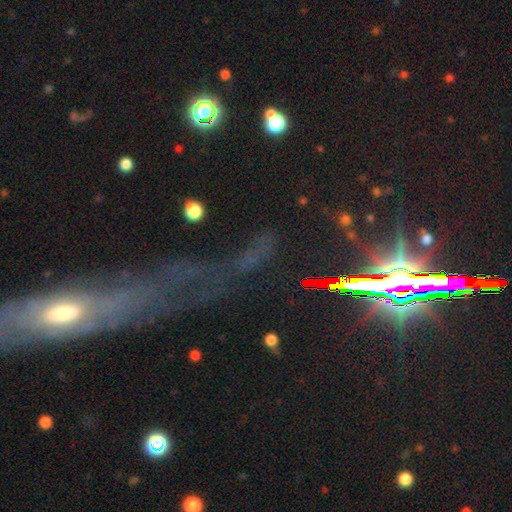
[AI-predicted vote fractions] A star or artifact, not a galaxy (53%).

Vote fractions:
- Smooth or featured? star or artifact: 53% / featured or disk: 28% / smooth: 19%